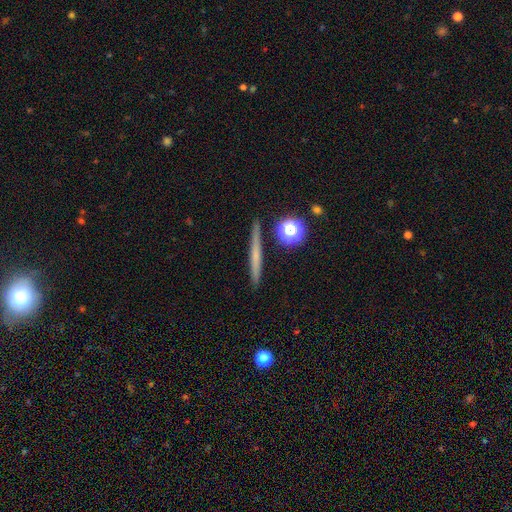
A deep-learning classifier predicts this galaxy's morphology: Smooth or featured: smooth — 49% (featured or disk — 42%)
Merging: none — 89% (minor disturbance — 7%)